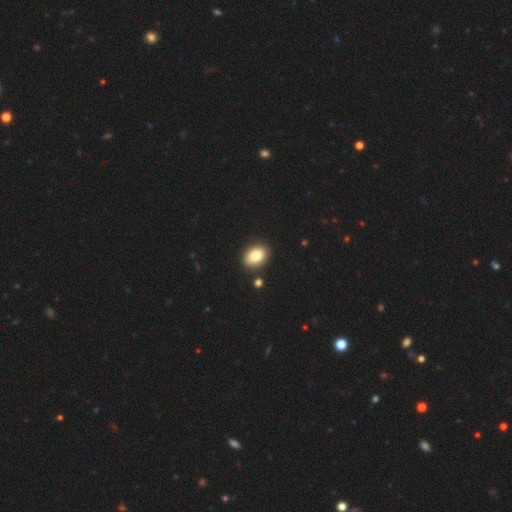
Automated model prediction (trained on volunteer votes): A smooth galaxy with no disk features (86%) that is in between round and cigar-shaped (83%). Merging: none (86%).